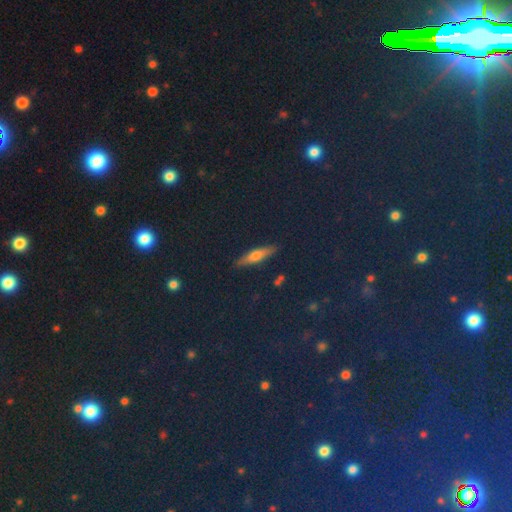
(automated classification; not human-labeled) Smooth or featured? smooth (53%)
How rounded? cigar-shaped (60%)
Merging? none (87%)